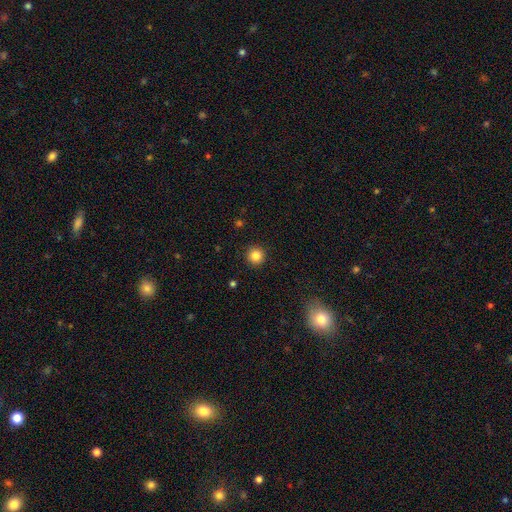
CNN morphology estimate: smooth-or-featured: smooth: 84% | star or artifact: 11% | featured or disk: 5%
  how-rounded: round: 95% | in between: 4% | cigar-shaped: 1%
  merging: none: 92% | minor disturbance: 5% | major disturbance: 2% | merger: 1%